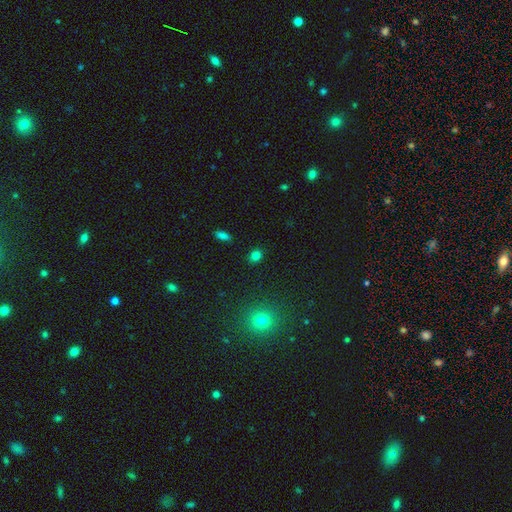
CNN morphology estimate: Q: Smooth or featured?
A: smooth (80%); runner-up: star or artifact (15%)
Q: How rounded?
A: round (58%); runner-up: in between (40%)
Q: Merging?
A: none (87%); runner-up: minor disturbance (9%)